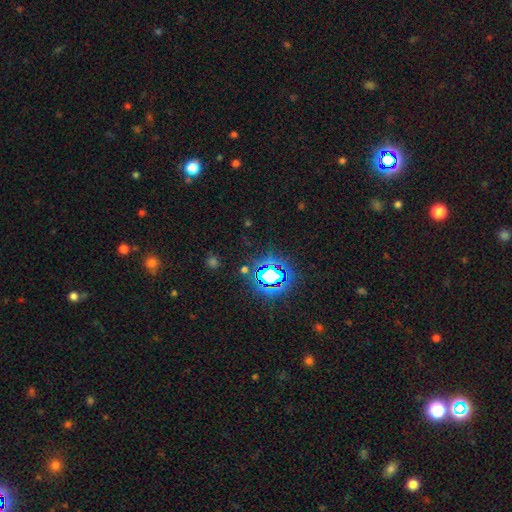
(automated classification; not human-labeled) Smooth or featured: star or artifact — 80% (smooth — 13%)